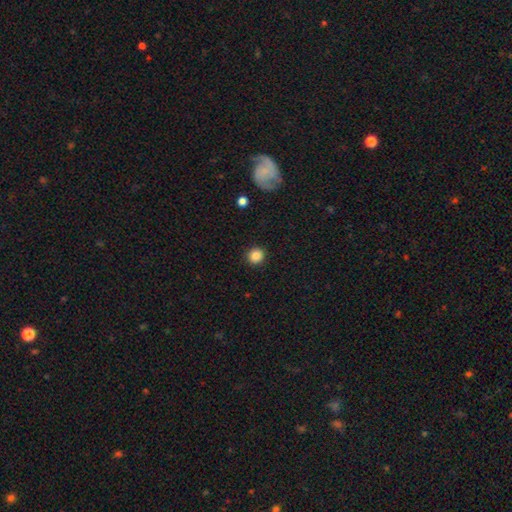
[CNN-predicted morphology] smooth 85%, star or artifact 10%, featured or disk 4%. Down the decision tree: how rounded — round (92%); merging — none (91%).